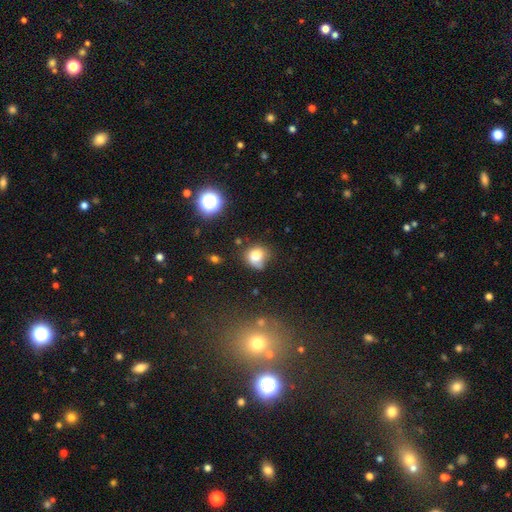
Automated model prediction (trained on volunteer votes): Overall: smooth (78%). How rounded: round (69%; in between 30%). Merging: none (49%; minor disturbance 30%).